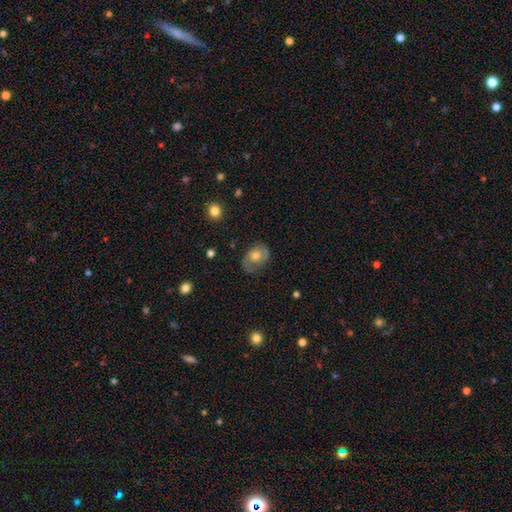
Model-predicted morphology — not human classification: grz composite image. It shows a featured or disk galaxy (51%). Merging: none (72%).